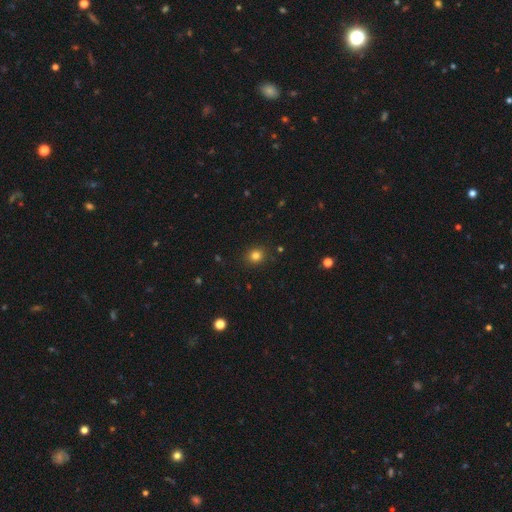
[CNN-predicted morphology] A smooth galaxy with no disk features (81%) that is round (77%).

Vote fractions:
- Smooth or featured? smooth: 81% / star or artifact: 14% / featured or disk: 6%
- How rounded? round: 77% / in between: 22% / cigar-shaped: 1%
- Merging? none: 90% / minor disturbance: 7% / major disturbance: 2% / merger: 1%